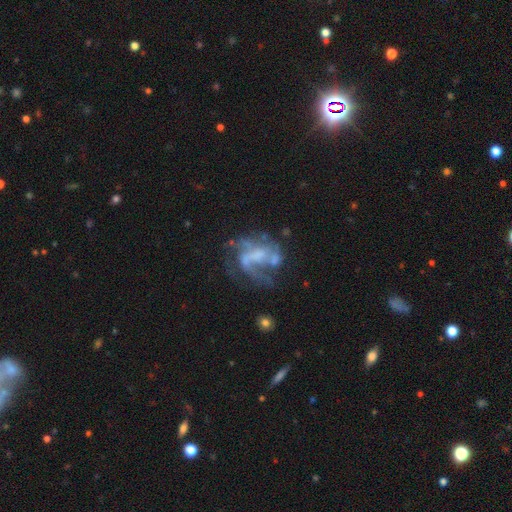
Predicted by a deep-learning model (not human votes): smooth_or_featured: featured or disk (p=0.76) [alt: smooth p=0.13]
disk_edge_on: no (p=0.98) [alt: yes p=0.02]
bar: no (p=0.54) [alt: weak p=0.33]
has_spiral_arms: yes (p=0.67) [alt: no p=0.33]
bulge_size: none (p=0.49) [alt: moderate p=0.22]
merging: major disturbance (p=0.37) [alt: none p=0.36]